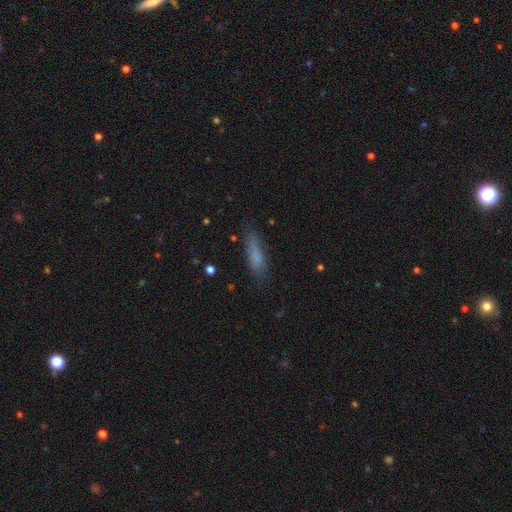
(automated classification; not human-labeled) This appears to be a smooth galaxy with no disk features (76%) that is cigar-shaped (63%). Merging: none (67%).